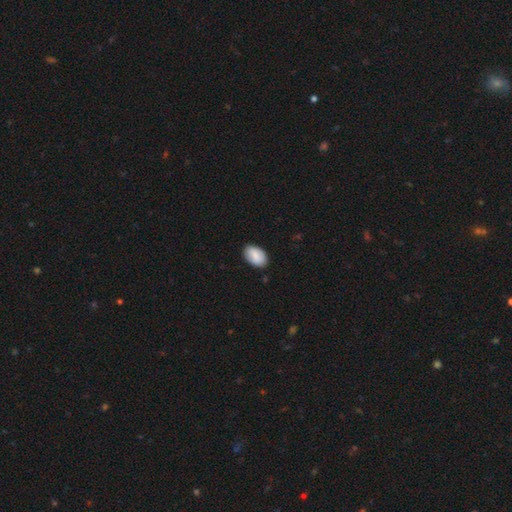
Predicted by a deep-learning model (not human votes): smooth 84%, featured or disk 9%, star or artifact 6%. Down the decision tree: how rounded — in between (92%); merging — none (85%).